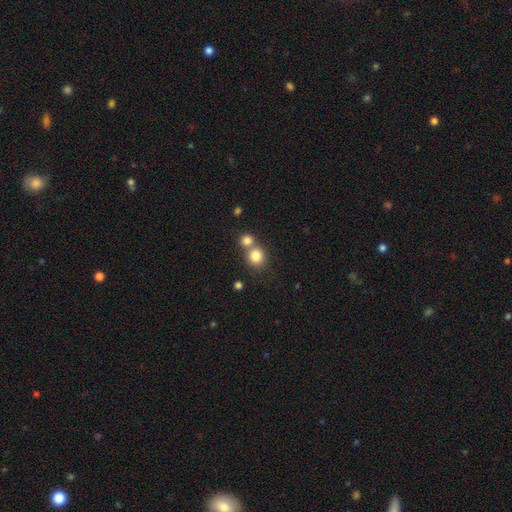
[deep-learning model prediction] The model was most divided on "merging": none: 49%, merger: 43%, minor disturbance: 6%, major disturbance: 2%. More confident: how rounded — round (85%); smooth or featured — smooth (81%).